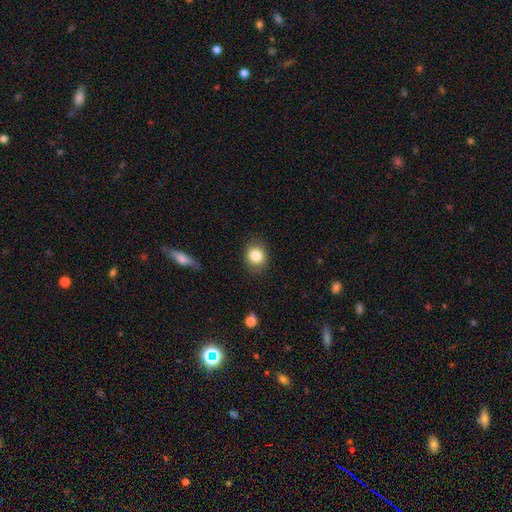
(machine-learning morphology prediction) This is clearly a smooth galaxy (84%). How rounded: likely round (71%). Merging: clearly none (85%).